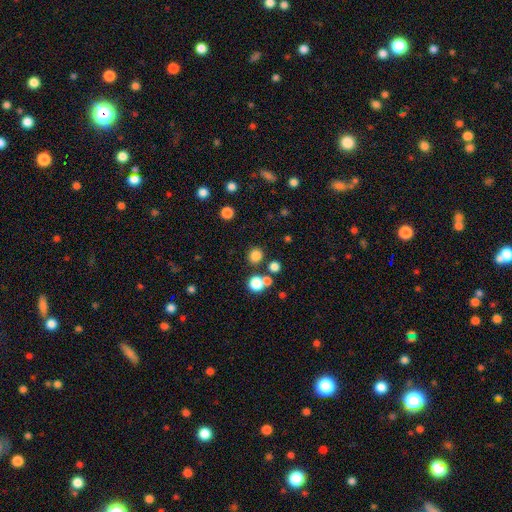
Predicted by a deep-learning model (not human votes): This is likely a smooth galaxy (80%). How rounded: clearly round (90%). Merging: likely none (80%).